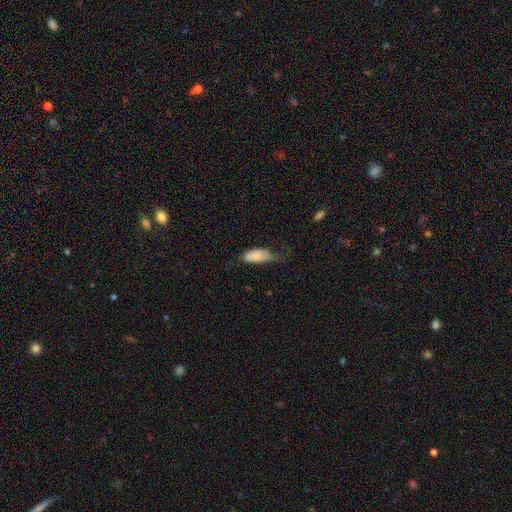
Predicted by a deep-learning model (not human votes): smooth 83%, featured or disk 10%, star or artifact 7%. Down the decision tree: how rounded — in between (83%); merging — minor disturbance (44%).